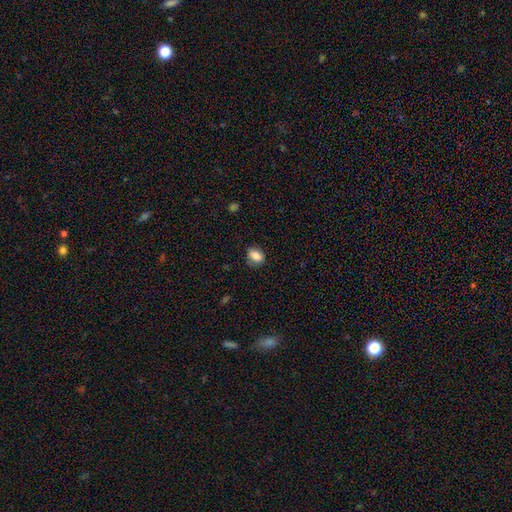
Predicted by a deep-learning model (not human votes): A smooth galaxy with no disk features (85%) that is in between round and cigar-shaped (73%). Merging: none (76%).